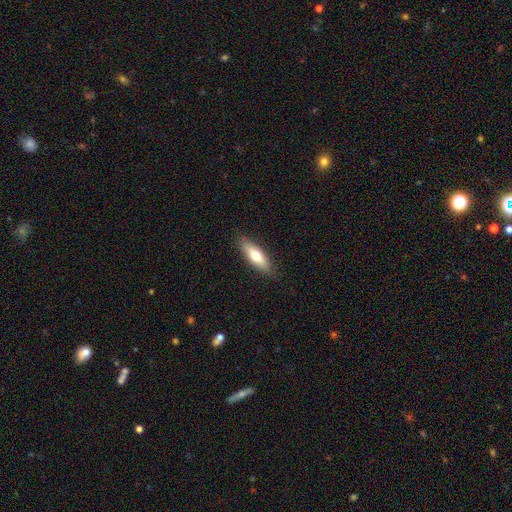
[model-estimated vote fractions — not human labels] smooth-or-featured: smooth: 64% | featured or disk: 30% | star or artifact: 6%
  how-rounded: in between: 54% | cigar-shaped: 44% | round: 2%
  merging: none: 86% | minor disturbance: 10% | major disturbance: 2% | merger: 1%